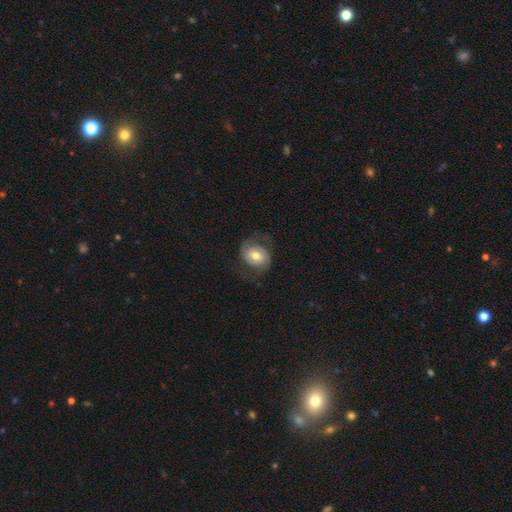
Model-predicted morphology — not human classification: Smooth or featured? featured or disk (66%)
Edge-on disk? no (97%)
Bar? no (57%)
Spiral arms? yes (89%)
Spiral winding? medium (45%)
Spiral arm count? 2 (89%)
Bulge size? moderate (70%)
Merging? none (69%)